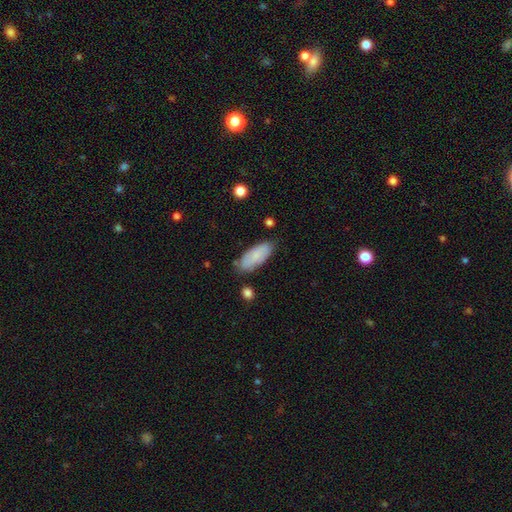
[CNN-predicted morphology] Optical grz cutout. It shows a smooth galaxy with no disk features (77%) that is in between round and cigar-shaped (80%). Merging: none (76%).